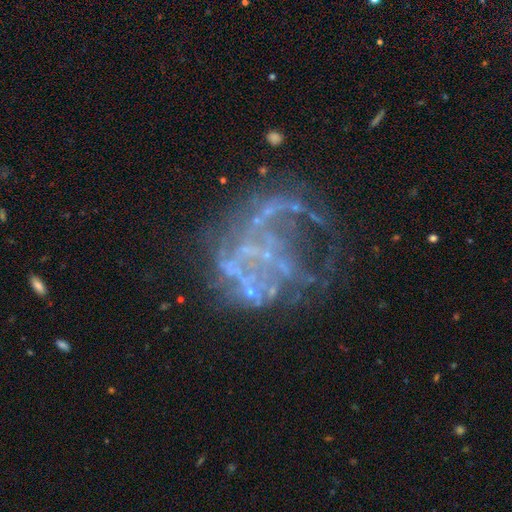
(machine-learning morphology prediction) featured or disk 72%, star or artifact 18%, smooth 9%. Down the decision tree: edge-on disk — no (98%); bar — no (88%); spiral arms — no (75%); bulge size — none (81%); merging — none (40%).